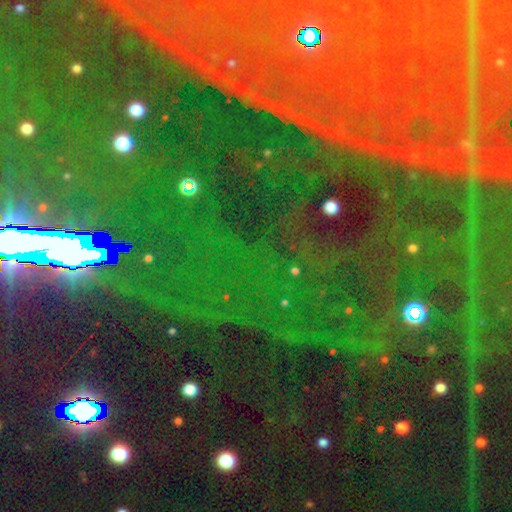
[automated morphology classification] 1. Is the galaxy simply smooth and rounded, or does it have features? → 84% star or artifact, 8% smooth, 7% featured or disk.